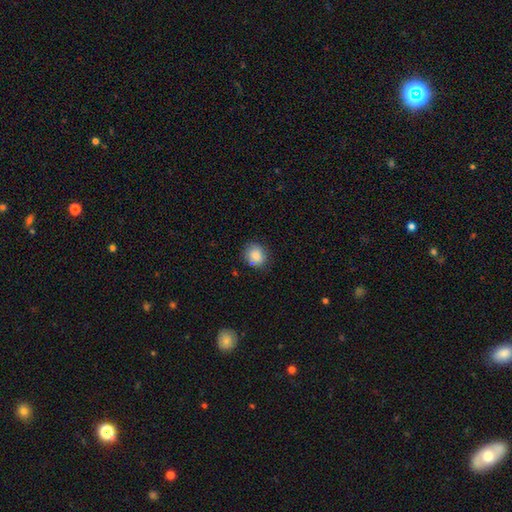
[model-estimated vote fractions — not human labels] smooth_or_featured: smooth (p=0.83) [alt: star or artifact p=0.09]
how_rounded: round (p=0.73) [alt: in between p=0.26]
merging: none (p=0.76) [alt: minor disturbance p=0.17]